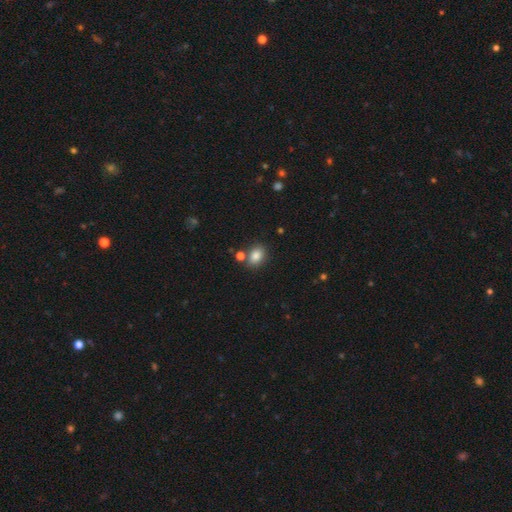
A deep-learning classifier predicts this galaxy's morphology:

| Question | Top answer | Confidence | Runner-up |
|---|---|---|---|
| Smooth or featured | smooth | 84% | star or artifact (10%) |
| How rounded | in between | 65% | round (34%) |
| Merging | none | 73% | minor disturbance (12%) |